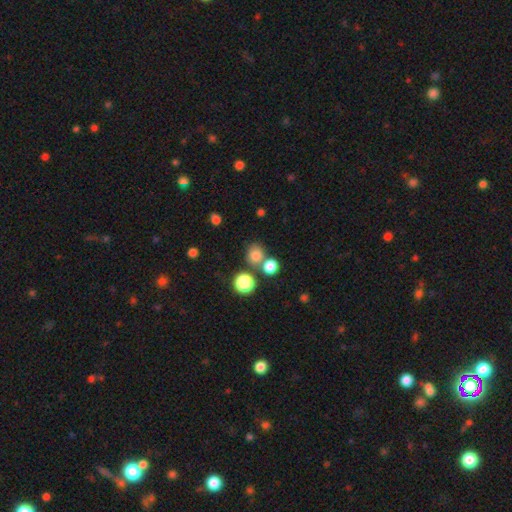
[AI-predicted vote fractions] A smooth galaxy with no disk features (77%) that is round (81%).

Vote fractions:
- Smooth or featured? smooth: 77% / star or artifact: 16% / featured or disk: 7%
- How rounded? round: 81% / in between: 18% / cigar-shaped: 1%
- Merging? none: 64% / merger: 24% / minor disturbance: 9% / major disturbance: 3%